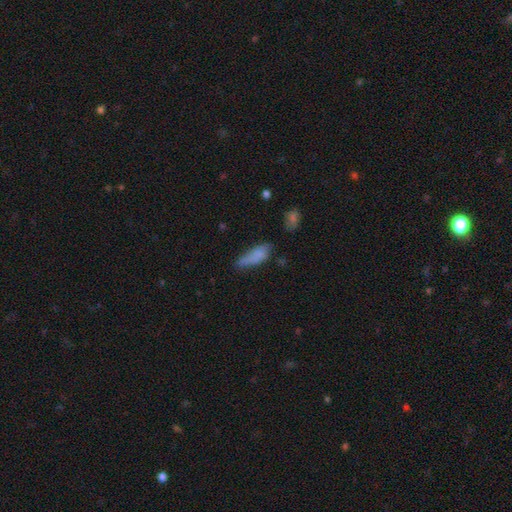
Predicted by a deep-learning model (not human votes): smooth-or-featured: smooth: 73% | featured or disk: 17% | star or artifact: 10%
  how-rounded: in between: 55% | cigar-shaped: 42% | round: 3%
  merging: none: 40% | minor disturbance: 34% | major disturbance: 18% | merger: 8%